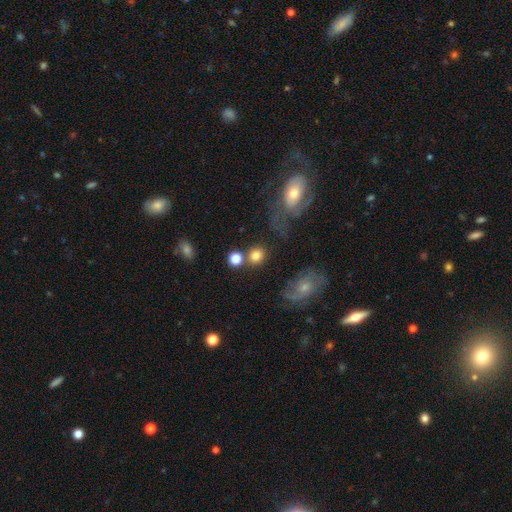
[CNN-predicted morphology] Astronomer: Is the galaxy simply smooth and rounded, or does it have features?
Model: smooth — 80%.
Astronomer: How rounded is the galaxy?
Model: round — 83%.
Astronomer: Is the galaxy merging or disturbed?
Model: none — 67%.